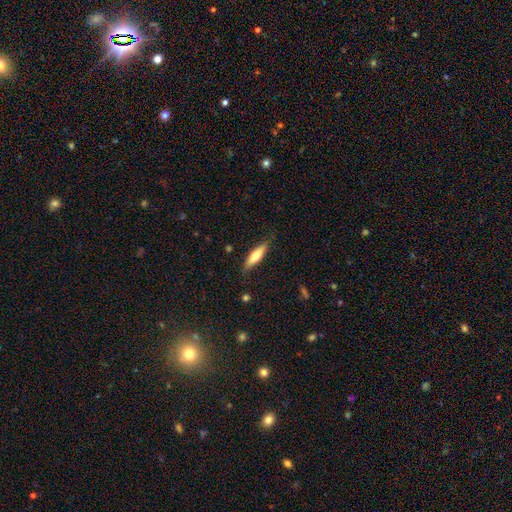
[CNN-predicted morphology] Smooth or featured? Predicted: smooth (p=0.63). How rounded? Predicted: cigar-shaped (p=0.68). Merging? Predicted: none (p=0.84).